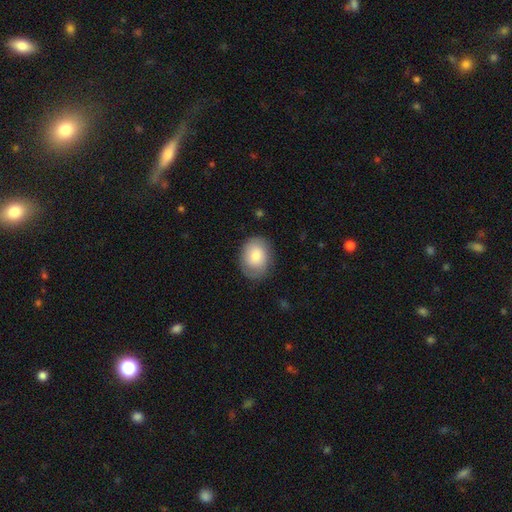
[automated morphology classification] Smooth or featured?
  - smooth: 77% *
  - featured or disk: 16%
  - star or artifact: 7%
How rounded?
  - in between: 58% *
  - round: 41%
  - cigar-shaped: 1%
Merging?
  - none: 78% *
  - minor disturbance: 16%
  - major disturbance: 5%
  - merger: 1%